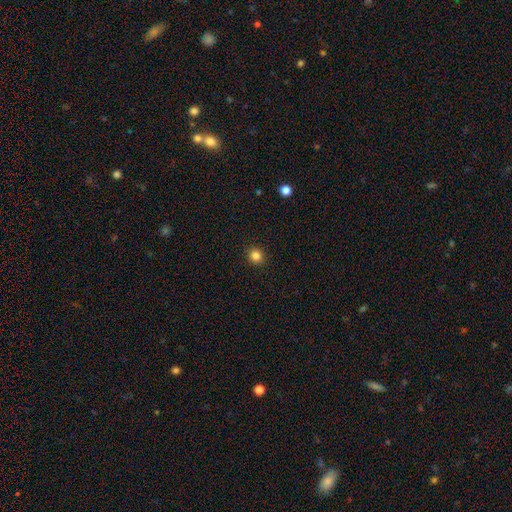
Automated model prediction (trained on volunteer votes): This is clearly a smooth galaxy (84%). How rounded: clearly round (85%). Merging: clearly none (92%).